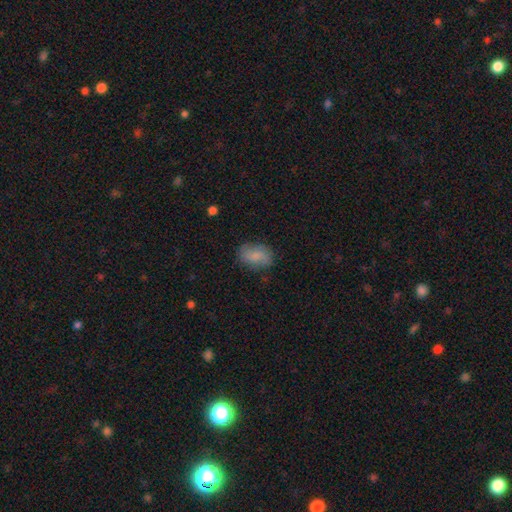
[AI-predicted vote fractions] A smooth galaxy with no disk features (76%) that is in between round and cigar-shaped (85%).

Vote fractions:
- Smooth or featured? smooth: 76% / featured or disk: 17% / star or artifact: 8%
- How rounded? in between: 85% / round: 14% / cigar-shaped: 2%
- Merging? none: 76% / minor disturbance: 18% / major disturbance: 5% / merger: 1%